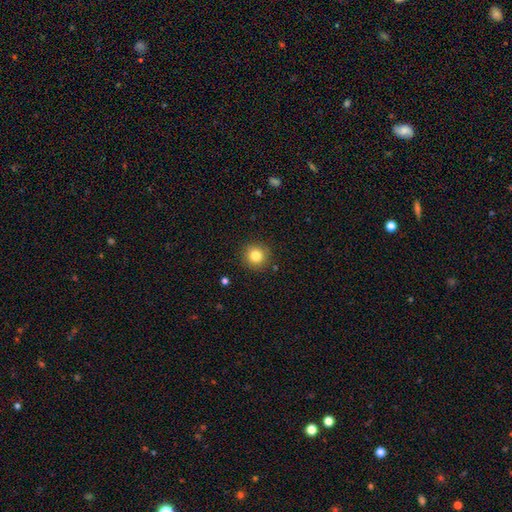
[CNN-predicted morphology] This appears to be a smooth galaxy with no disk features (82%) that is round (93%). Merging: none (90%).